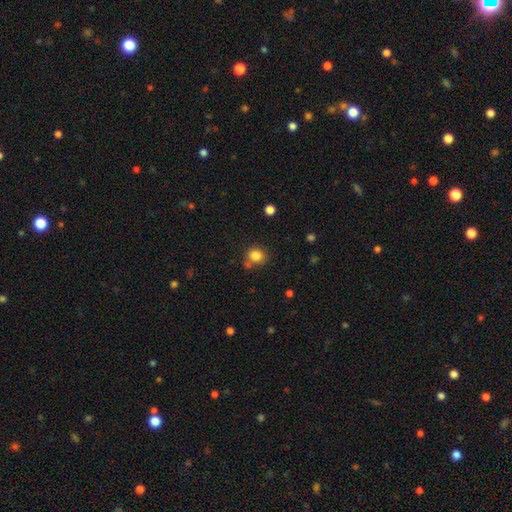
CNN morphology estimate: Smooth or featured?
  - smooth: 83% *
  - star or artifact: 11%
  - featured or disk: 6%
How rounded?
  - round: 79% *
  - in between: 21%
  - cigar-shaped: 1%
Merging?
  - none: 68% *
  - minor disturbance: 14%
  - merger: 13%
  - major disturbance: 4%